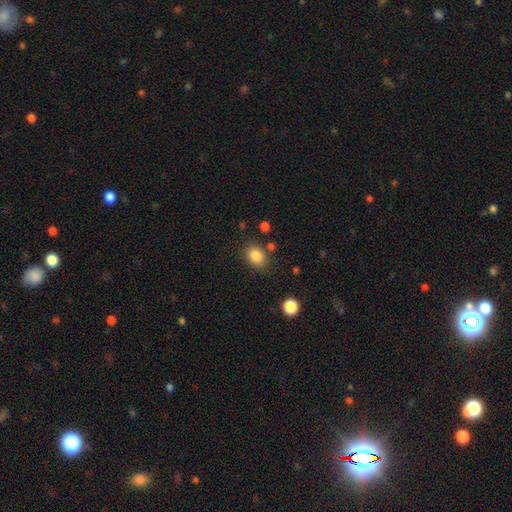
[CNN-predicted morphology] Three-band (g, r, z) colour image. It shows a smooth galaxy with no disk features (85%) that is in between round and cigar-shaped (60%). Merging: none (78%).